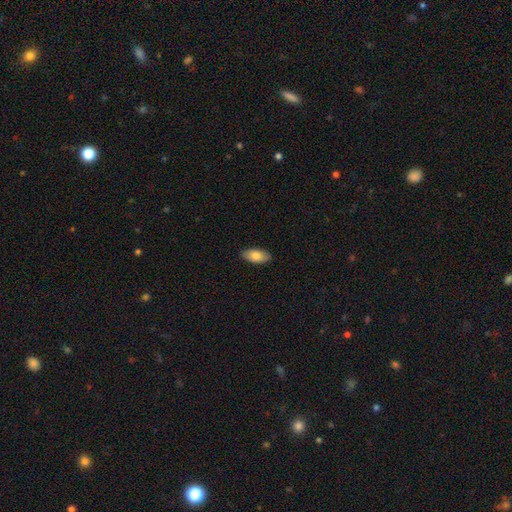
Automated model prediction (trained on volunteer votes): The model was most divided on "smooth or featured": smooth: 79%, featured or disk: 14%, star or artifact: 6%. More confident: how rounded — in between (93%); merging — none (88%).